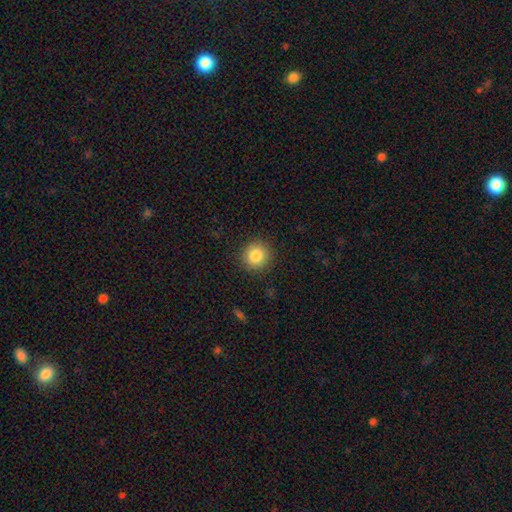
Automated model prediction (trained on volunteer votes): This appears to be a smooth galaxy with no disk features (84%) that is round (93%). Merging: none (90%).